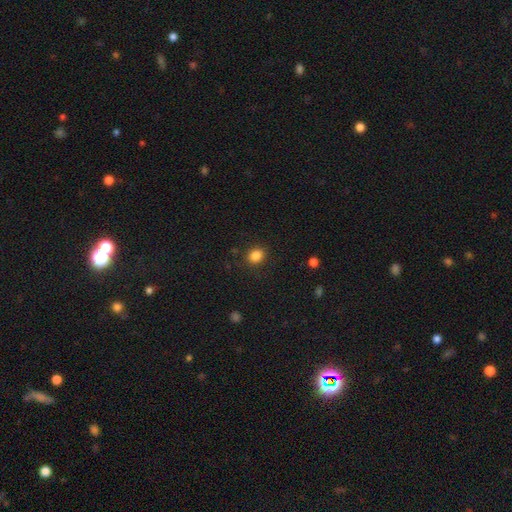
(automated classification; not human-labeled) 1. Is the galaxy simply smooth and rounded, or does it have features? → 85% smooth, 11% star or artifact, 4% featured or disk.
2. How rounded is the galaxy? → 68% round, 31% in between, 1% cigar-shaped.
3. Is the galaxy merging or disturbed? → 88% none, 8% minor disturbance, 3% major disturbance, 1% merger.